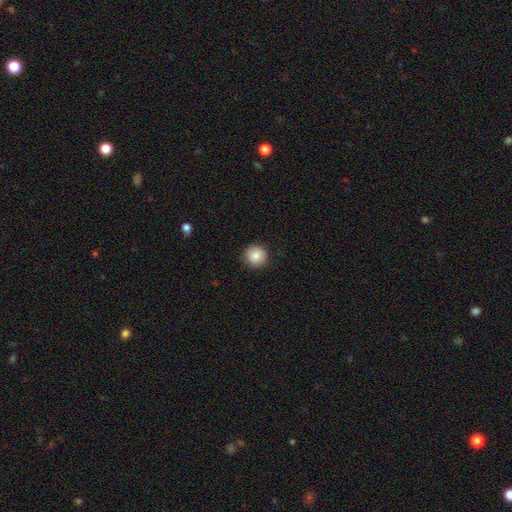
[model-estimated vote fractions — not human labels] smooth-or-featured: smooth: 85% | star or artifact: 8% | featured or disk: 6%
  how-rounded: round: 94% | in between: 5% | cigar-shaped: 1%
  merging: none: 89% | minor disturbance: 8% | major disturbance: 2% | merger: 1%